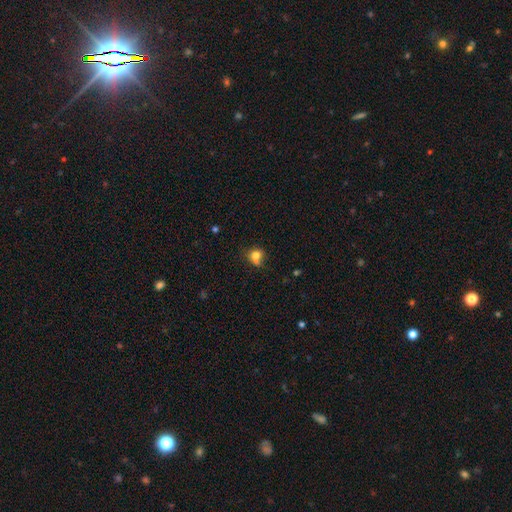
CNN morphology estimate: Smooth or featured?
  - smooth: 76% *
  - star or artifact: 13%
  - featured or disk: 11%
How rounded?
  - round: 73% *
  - in between: 26%
  - cigar-shaped: 1%
Merging?
  - none: 48% *
  - minor disturbance: 27%
  - merger: 13%
  - major disturbance: 12%